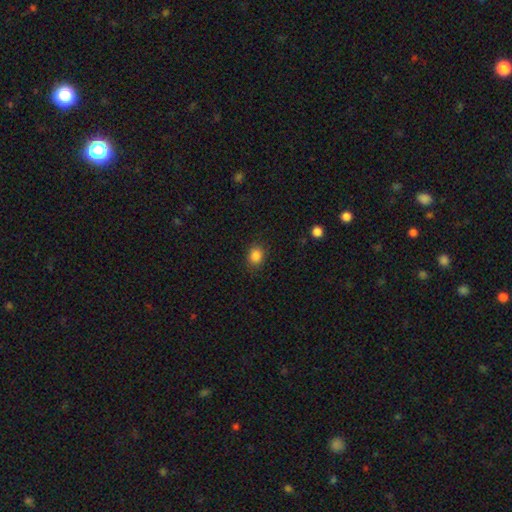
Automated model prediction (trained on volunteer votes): The model was most divided on "how rounded": round: 59%, in between: 40%, cigar-shaped: 1%. More confident: smooth or featured — smooth (86%); merging — none (86%).